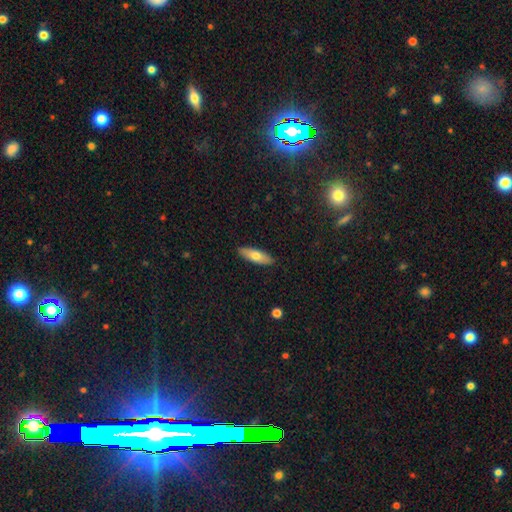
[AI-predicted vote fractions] Smooth or featured?
  - smooth: 69% *
  - featured or disk: 25%
  - star or artifact: 6%
How rounded?
  - in between: 53% *
  - cigar-shaped: 45%
  - round: 2%
Merging?
  - none: 89% *
  - minor disturbance: 8%
  - major disturbance: 2%
  - merger: 1%